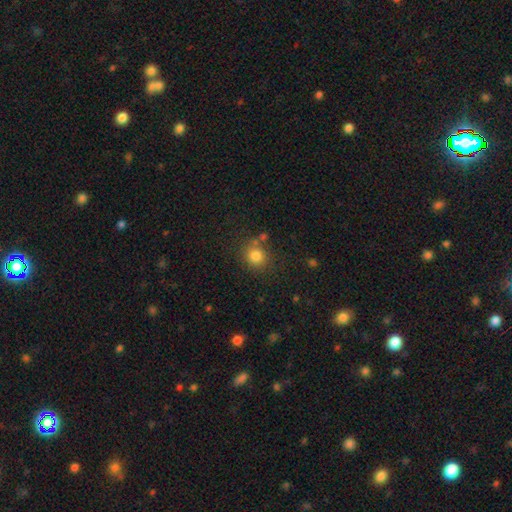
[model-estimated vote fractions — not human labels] Smooth or featured?
  - smooth: 82% *
  - star or artifact: 12%
  - featured or disk: 6%
How rounded?
  - round: 84% *
  - in between: 15%
  - cigar-shaped: 1%
Merging?
  - none: 73% *
  - minor disturbance: 12%
  - merger: 10%
  - major disturbance: 5%